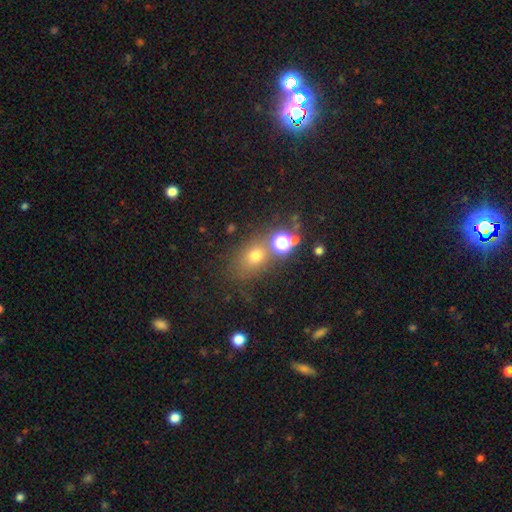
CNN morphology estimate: Smooth or featured?
  - smooth: 66% *
  - star or artifact: 23%
  - featured or disk: 12%
How rounded?
  - round: 53% *
  - in between: 45%
  - cigar-shaped: 2%
Merging?
  - none: 62% *
  - merger: 16%
  - minor disturbance: 14%
  - major disturbance: 8%